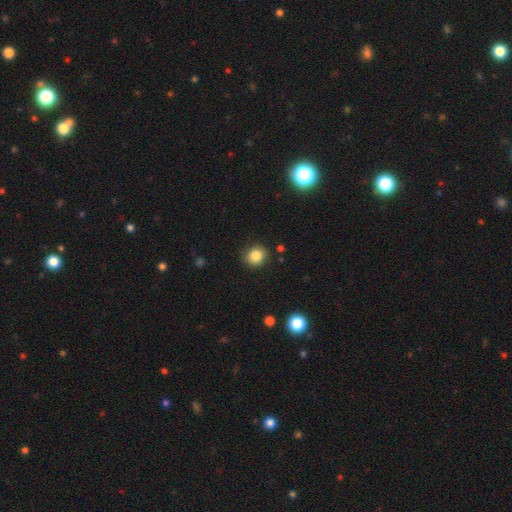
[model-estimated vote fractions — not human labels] Q: Smooth or featured?
A: smooth (84%); runner-up: star or artifact (11%)
Q: How rounded?
A: round (84%); runner-up: in between (15%)
Q: Merging?
A: none (88%); runner-up: minor disturbance (9%)